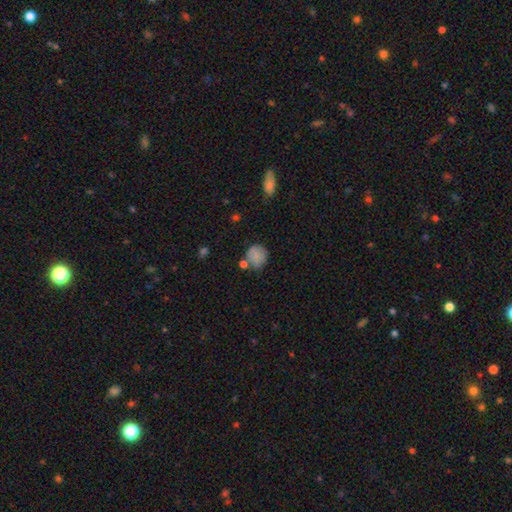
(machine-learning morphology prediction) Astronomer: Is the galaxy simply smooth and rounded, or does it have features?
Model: smooth — 79%.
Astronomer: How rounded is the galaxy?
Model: round — 80%.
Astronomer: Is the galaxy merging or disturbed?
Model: none — 57%.